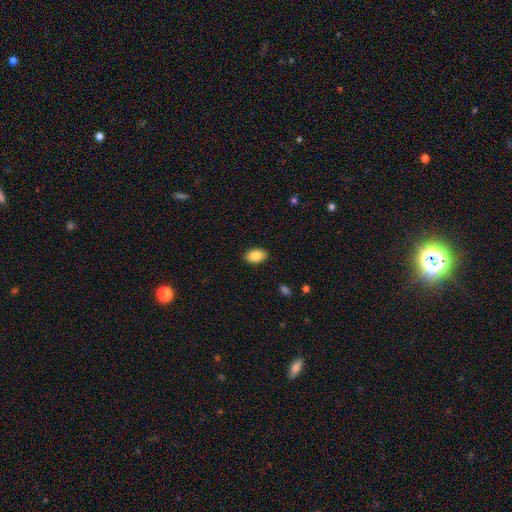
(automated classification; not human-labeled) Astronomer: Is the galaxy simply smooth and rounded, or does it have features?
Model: smooth — 86%.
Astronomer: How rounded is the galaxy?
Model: in between — 90%.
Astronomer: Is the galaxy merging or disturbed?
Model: none — 89%.